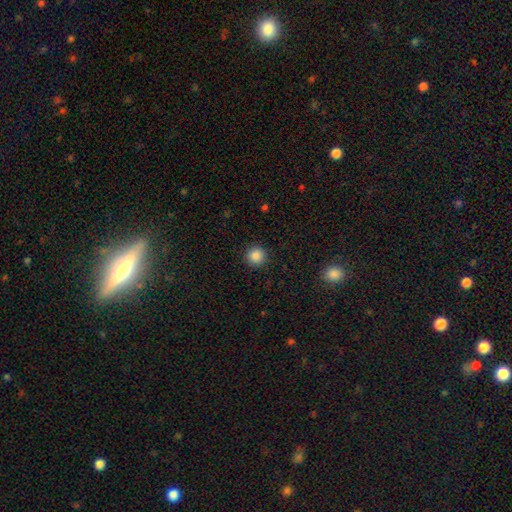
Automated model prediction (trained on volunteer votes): Overall: smooth (87%). How rounded: round (95%). Merging: none (92%).